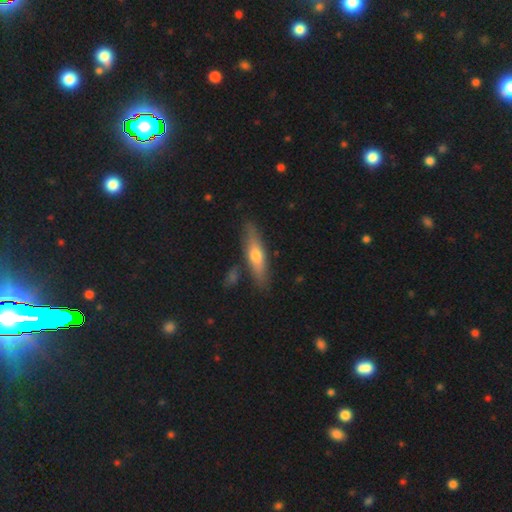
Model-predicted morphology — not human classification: A smooth galaxy with no disk features (52%) that is cigar-shaped (70%). Merging: none (81%).